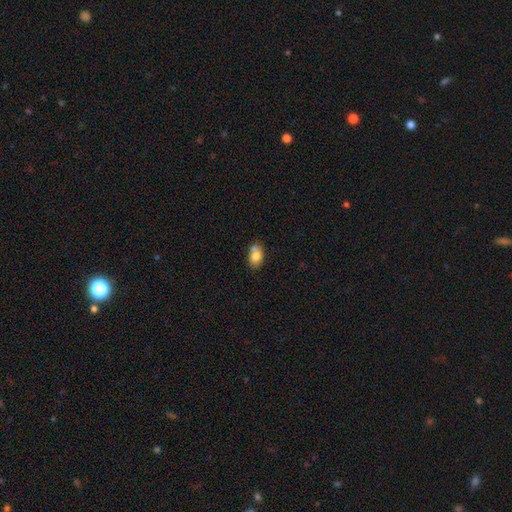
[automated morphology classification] Overall: smooth (78%). How rounded: in between (81%). Merging: none (51%; merger 28%).